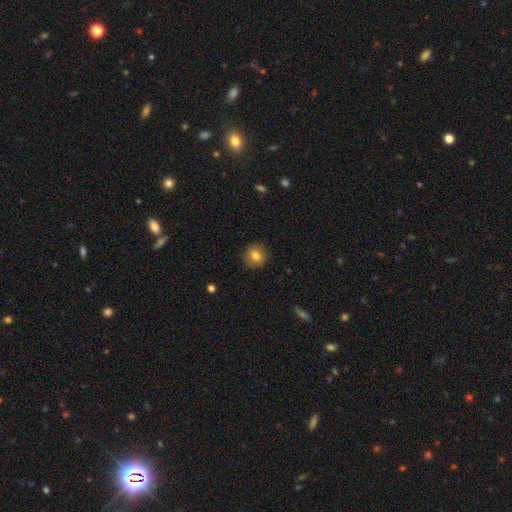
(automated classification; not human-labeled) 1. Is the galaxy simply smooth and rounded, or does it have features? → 81% smooth, 10% star or artifact, 9% featured or disk.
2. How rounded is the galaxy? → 88% round, 11% in between, 1% cigar-shaped.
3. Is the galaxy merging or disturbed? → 88% none, 9% minor disturbance, 2% major disturbance, 1% merger.